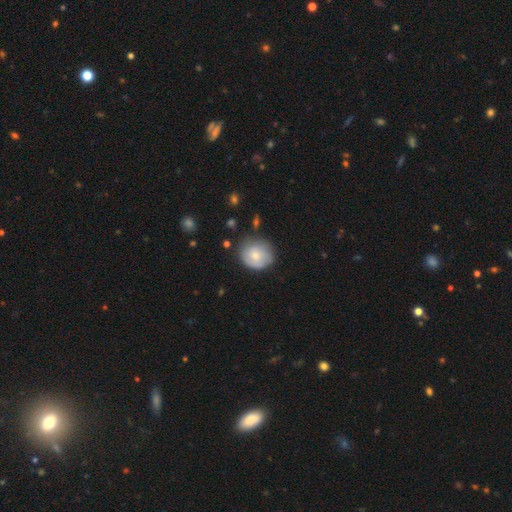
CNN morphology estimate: smooth 70%, featured or disk 23%, star or artifact 7%. Down the decision tree: how rounded — round (82%); merging — none (69%).